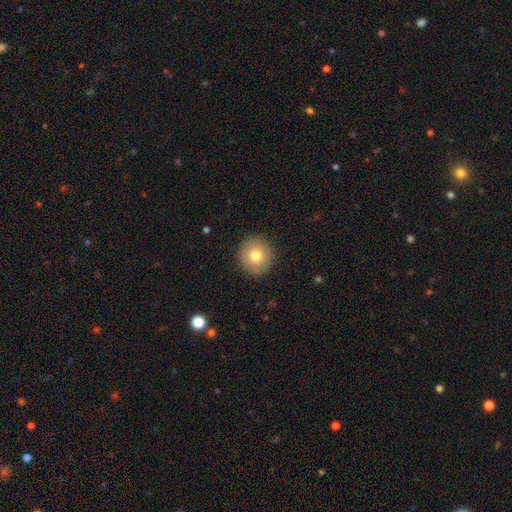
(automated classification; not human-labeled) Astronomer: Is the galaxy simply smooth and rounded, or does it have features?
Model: smooth — 77%.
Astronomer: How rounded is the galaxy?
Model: round — 90%.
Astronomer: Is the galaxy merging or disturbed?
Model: none — 90%.